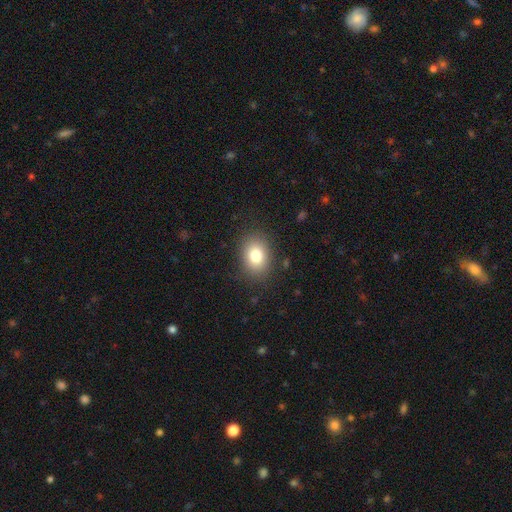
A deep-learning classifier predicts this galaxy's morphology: A smooth galaxy with no disk features (80%) that is in between round and cigar-shaped (63%).

Vote fractions:
- Smooth or featured? smooth: 80% / star or artifact: 10% / featured or disk: 10%
- How rounded? in between: 63% / round: 36% / cigar-shaped: 1%
- Merging? none: 85% / minor disturbance: 10% / major disturbance: 4% / merger: 1%